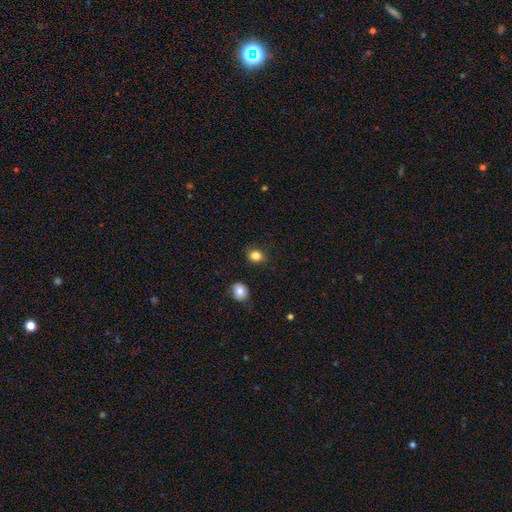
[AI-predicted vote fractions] smooth-or-featured: smooth: 84% | star or artifact: 11% | featured or disk: 5%
  how-rounded: in between: 50% | round: 49% | cigar-shaped: 1%
  merging: none: 86% | minor disturbance: 10% | major disturbance: 2% | merger: 2%